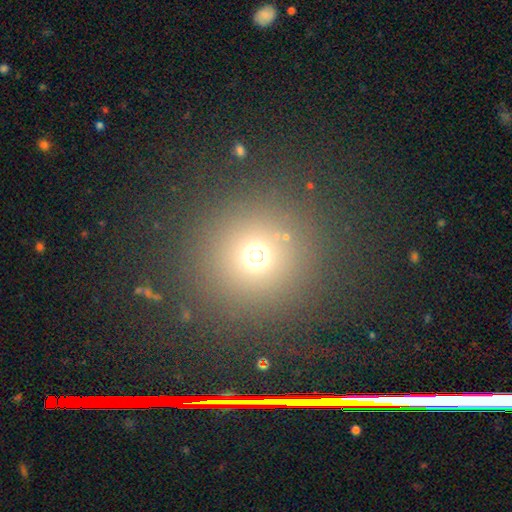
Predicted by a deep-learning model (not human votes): Overall: smooth (64%; star or artifact 28%). How rounded: round (94%). Merging: none (85%).